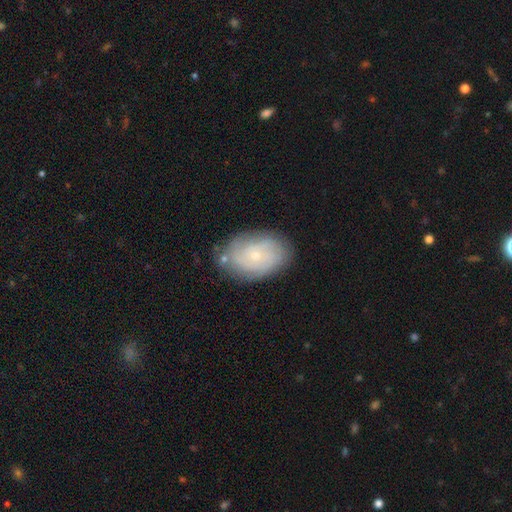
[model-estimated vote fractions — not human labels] Smooth or featured? featured or disk (67%)
Edge-on disk? no (96%)
Bar? no (79%)
Spiral arms? yes (86%)
Spiral winding? tight (61%)
Spiral arm count? can't tell (43%)
Bulge size? small (77%)
Merging? none (75%)